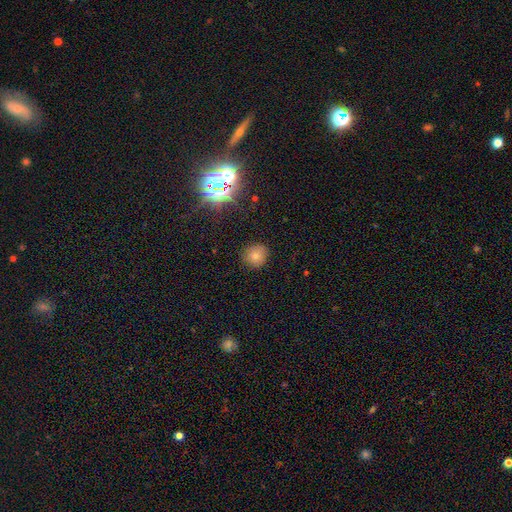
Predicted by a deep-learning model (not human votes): Overall: smooth (72%). How rounded: round (90%). Merging: none (86%).